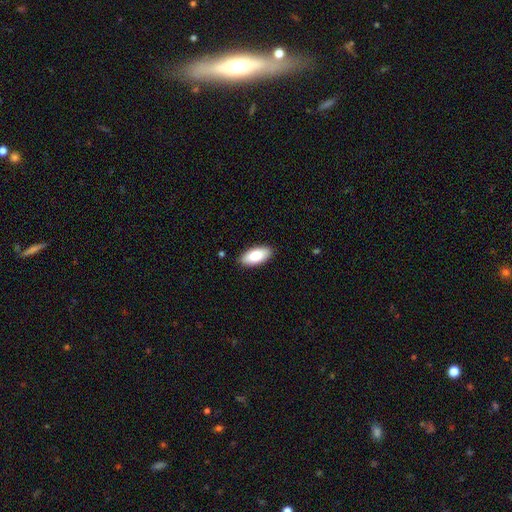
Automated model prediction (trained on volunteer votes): smooth 82%, featured or disk 12%, star or artifact 6%. Down the decision tree: how rounded — in between (90%); merging — none (89%).